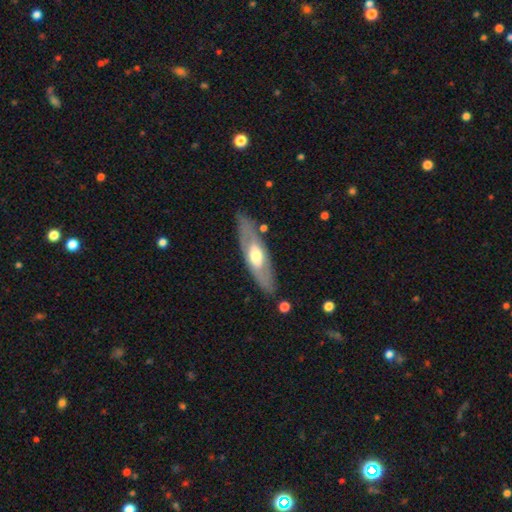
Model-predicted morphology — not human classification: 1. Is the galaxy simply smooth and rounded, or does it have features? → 58% featured or disk, 37% smooth, 5% star or artifact.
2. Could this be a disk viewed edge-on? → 57% no, 43% yes.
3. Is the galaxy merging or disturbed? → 80% none, 13% minor disturbance, 4% major disturbance, 3% merger.